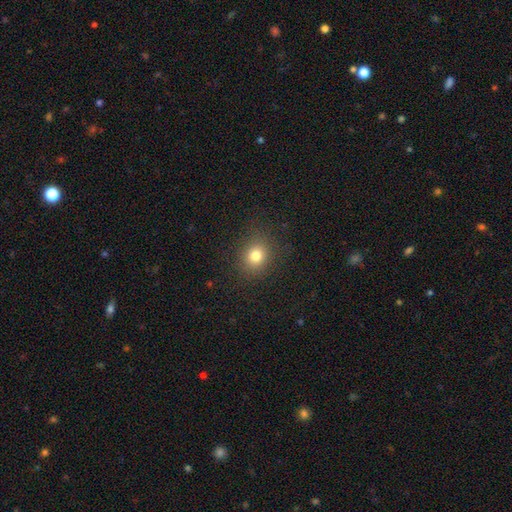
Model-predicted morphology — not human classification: This appears to be a smooth galaxy with no disk features (78%) that is round (72%). Merging: none (87%).